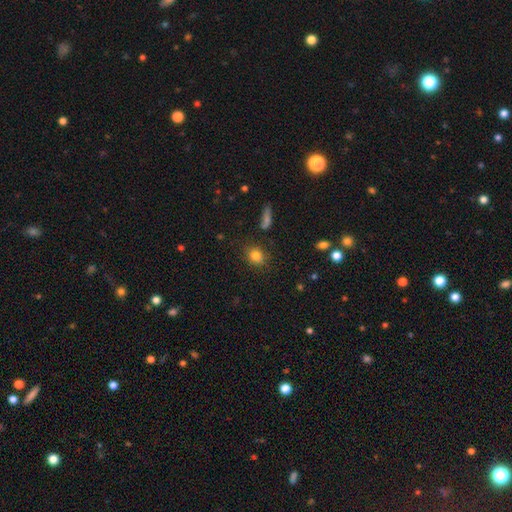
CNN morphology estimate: smooth_or_featured: smooth (p=0.82) [alt: star or artifact p=0.11]
how_rounded: round (p=0.56) [alt: in between p=0.42]
merging: none (p=0.83) [alt: minor disturbance p=0.12]